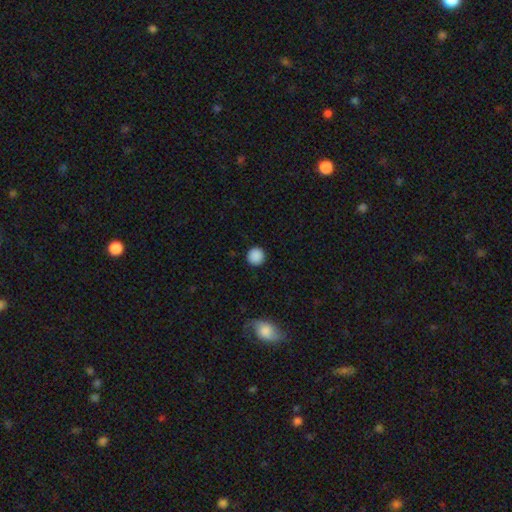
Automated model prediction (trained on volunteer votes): This is clearly a smooth galaxy (88%). How rounded: clearly round (95%). Merging: clearly none (92%).